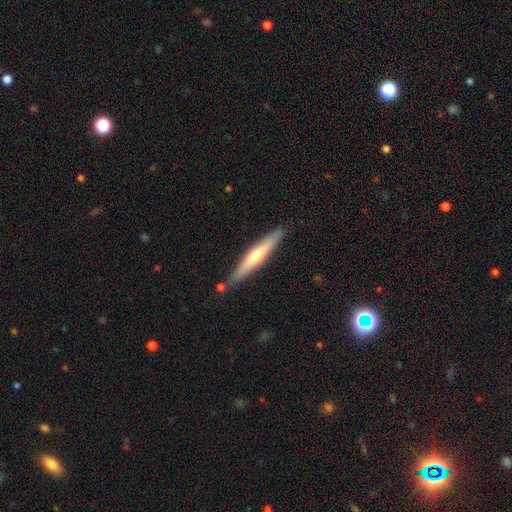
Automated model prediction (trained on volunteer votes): smooth-or-featured: featured or disk: 55% | smooth: 39% | star or artifact: 6%
  disk-edge-on: yes: 94% | no: 6%
    edge-on-bulge: rounded: 75% | none: 19% | boxy: 6%
  merging: none: 85% | minor disturbance: 10% | merger: 3% | major disturbance: 2%